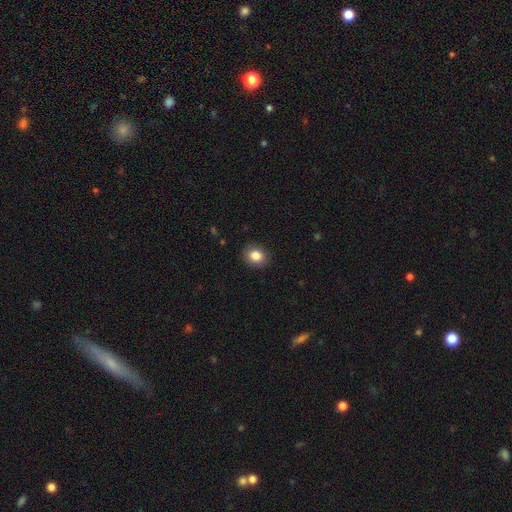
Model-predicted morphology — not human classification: Smooth or featured: smooth — 85% (star or artifact — 9%)
How rounded: round — 58% (in between — 41%)
Merging: none — 88% (minor disturbance — 8%)